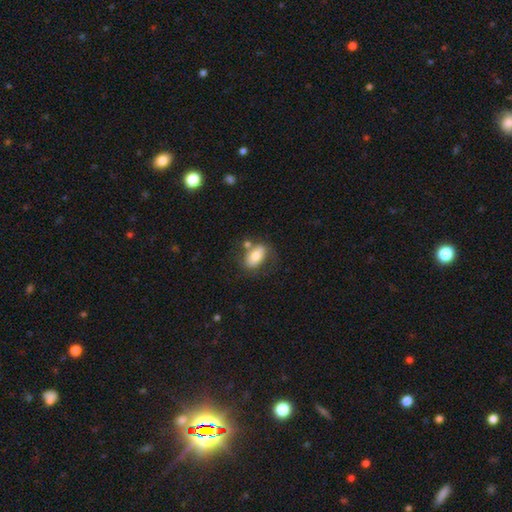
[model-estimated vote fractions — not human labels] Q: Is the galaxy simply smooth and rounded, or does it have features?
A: smooth — 70%.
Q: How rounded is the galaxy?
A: in between — 89%.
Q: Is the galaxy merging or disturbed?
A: none — 56%.